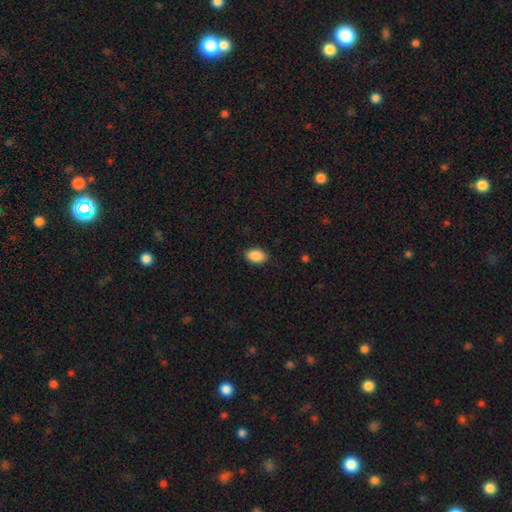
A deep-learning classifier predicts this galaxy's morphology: type=smooth (90%); roundness=in between (88%); merging=none (88%).